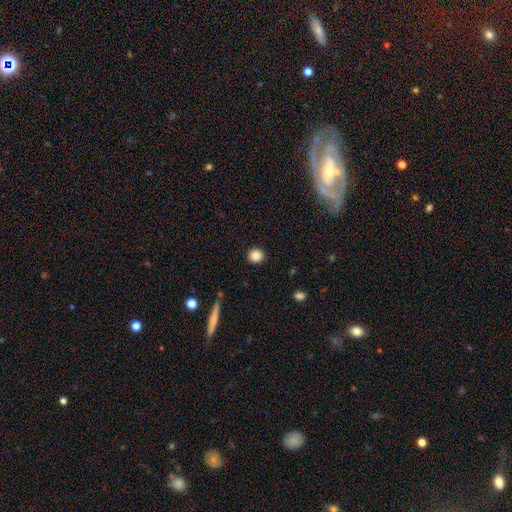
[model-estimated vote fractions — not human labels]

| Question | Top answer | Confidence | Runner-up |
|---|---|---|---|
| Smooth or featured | smooth | 86% | star or artifact (10%) |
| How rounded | round | 91% | in between (8%) |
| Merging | none | 91% | minor disturbance (6%) |